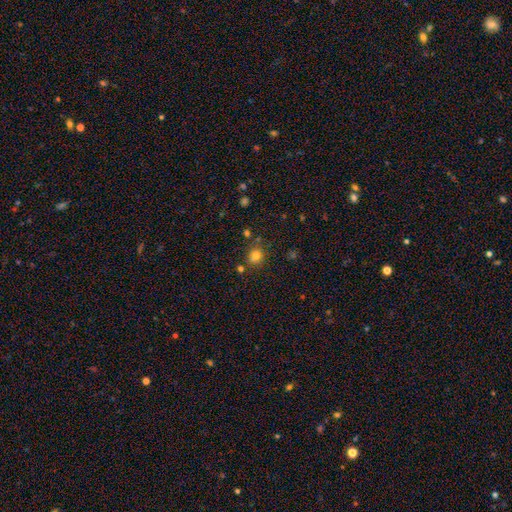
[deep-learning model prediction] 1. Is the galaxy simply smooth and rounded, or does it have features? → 76% smooth, 16% star or artifact, 7% featured or disk.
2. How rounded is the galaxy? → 76% round, 23% in between, 1% cigar-shaped.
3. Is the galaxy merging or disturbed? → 73% none, 12% minor disturbance, 11% merger, 4% major disturbance.